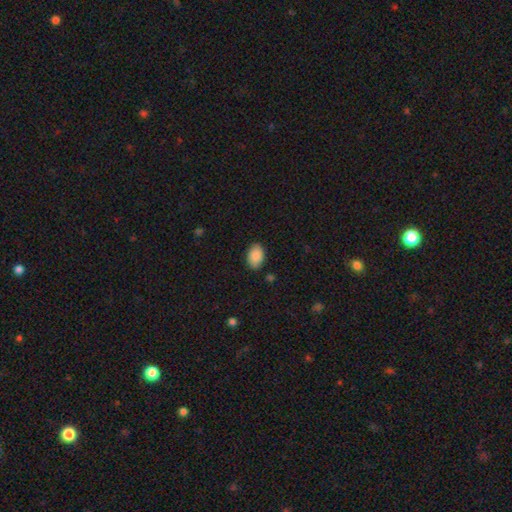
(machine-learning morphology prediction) Smooth or featured? Predicted: smooth (p=0.90). How rounded? Predicted: in between (p=0.88). Merging? Predicted: none (p=0.86).